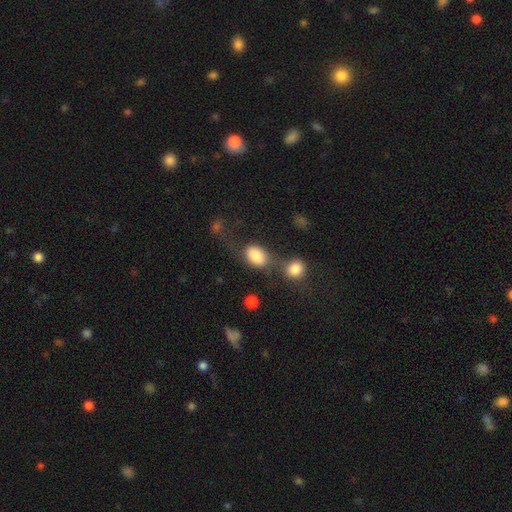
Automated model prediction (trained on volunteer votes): Smooth or featured?
  - smooth: 84% *
  - featured or disk: 9%
  - star or artifact: 8%
How rounded?
  - in between: 82% *
  - round: 16%
  - cigar-shaped: 2%
Merging?
  - none: 41% *
  - merger: 29%
  - minor disturbance: 17%
  - major disturbance: 13%